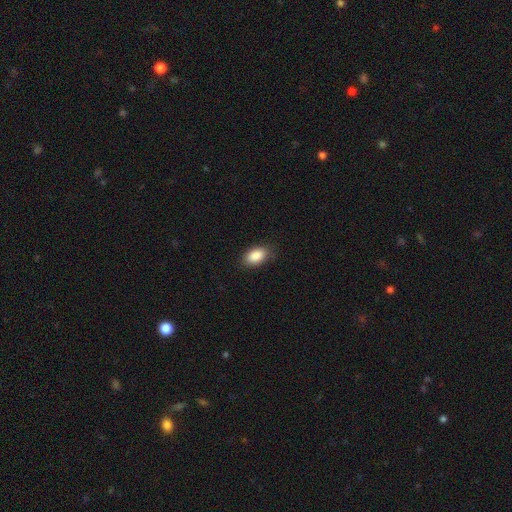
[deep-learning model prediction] Morphology: type=smooth (89%); roundness=in between (91%); merging=none (84%).